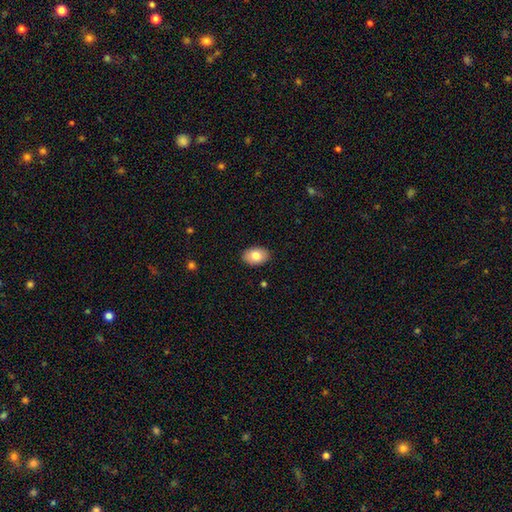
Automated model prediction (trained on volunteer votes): This appears to be a smooth galaxy with no disk features (80%) that is in between round and cigar-shaped (84%). Merging: none (89%).